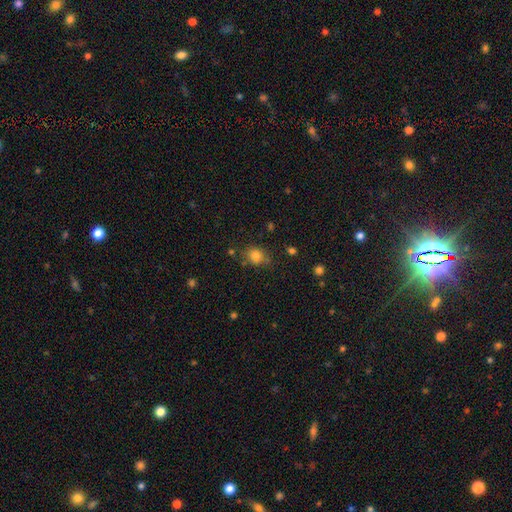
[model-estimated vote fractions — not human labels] Smooth or featured? smooth (80%)
How rounded? round (56%)
Merging? none (67%)